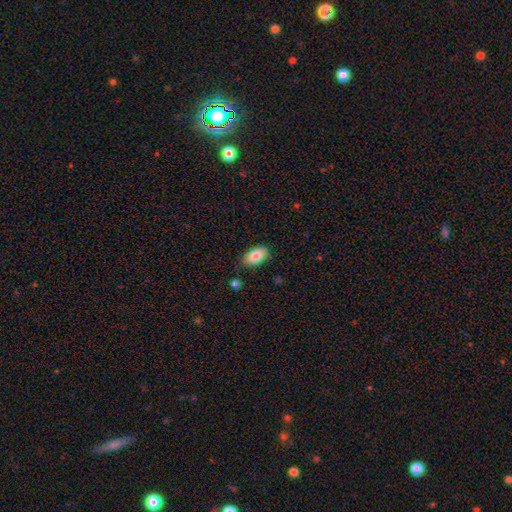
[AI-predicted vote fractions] Smooth or featured? Predicted: smooth (p=0.86). How rounded? Predicted: in between (p=0.94). Merging? Predicted: none (p=0.81).